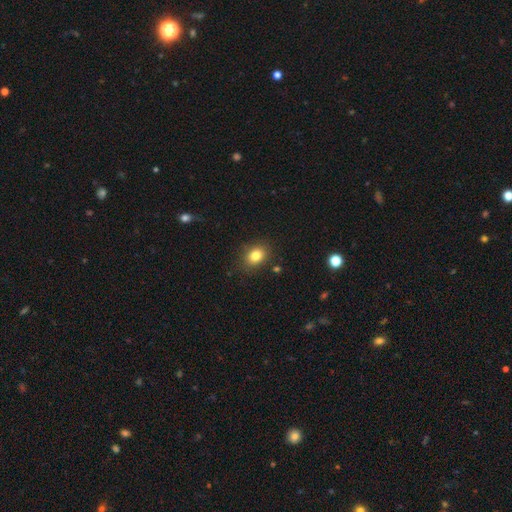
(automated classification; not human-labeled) smooth-or-featured: smooth: 81% | star or artifact: 11% | featured or disk: 8%
  how-rounded: in between: 58% | round: 41% | cigar-shaped: 1%
  merging: none: 84% | minor disturbance: 11% | major disturbance: 3% | merger: 2%